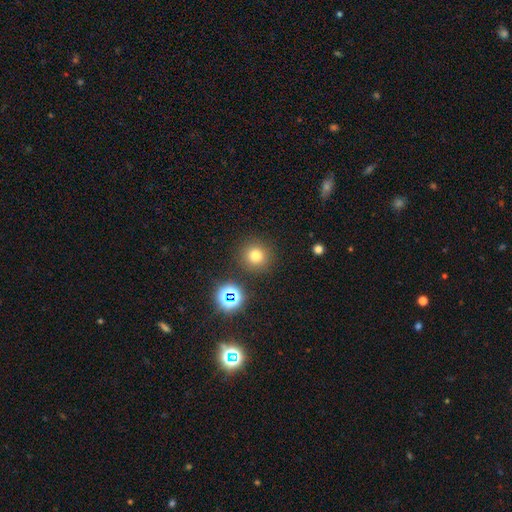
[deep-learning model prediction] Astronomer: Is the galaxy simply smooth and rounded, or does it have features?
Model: smooth — 73%.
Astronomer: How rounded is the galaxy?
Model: round — 94%.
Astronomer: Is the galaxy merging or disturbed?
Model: none — 87%.